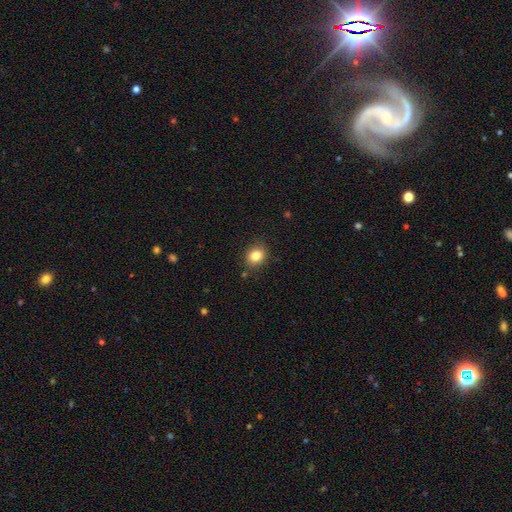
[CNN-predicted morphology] Smooth or featured: smooth — 83% (star or artifact — 11%)
How rounded: round — 65% (in between — 34%)
Merging: none — 86% (minor disturbance — 10%)